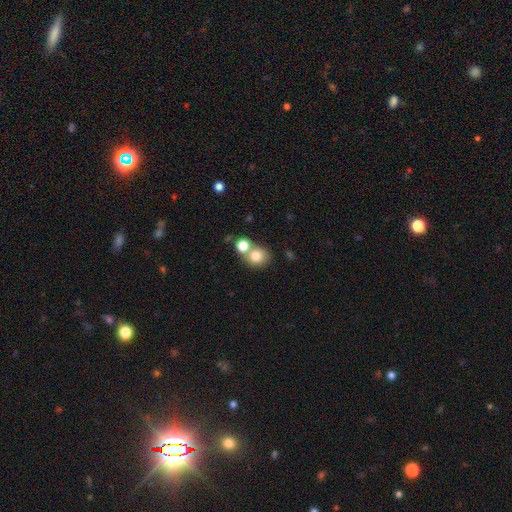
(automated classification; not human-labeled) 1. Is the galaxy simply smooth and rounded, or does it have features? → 79% smooth, 11% star or artifact, 10% featured or disk.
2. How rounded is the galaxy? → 76% round, 23% in between, 1% cigar-shaped.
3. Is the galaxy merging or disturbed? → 48% none, 41% merger, 8% minor disturbance, 3% major disturbance.